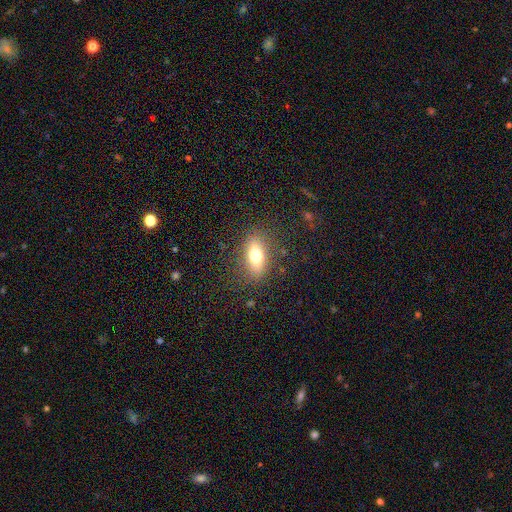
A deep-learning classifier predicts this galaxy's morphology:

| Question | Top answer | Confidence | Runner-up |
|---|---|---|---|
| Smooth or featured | smooth | 68% | featured or disk (22%) |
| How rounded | in between | 76% | cigar-shaped (15%) |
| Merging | none | 83% | minor disturbance (11%) |